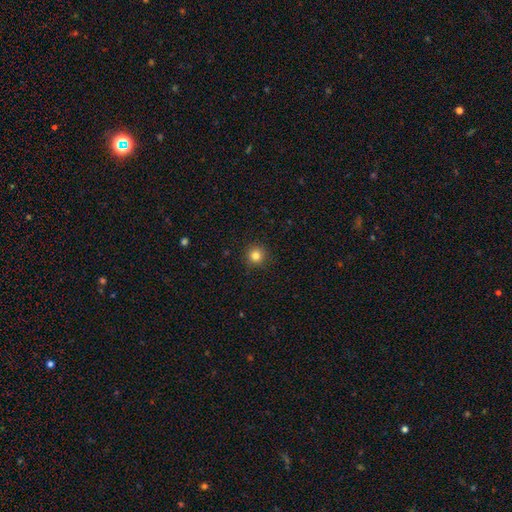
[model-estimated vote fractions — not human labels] The model was most divided on "smooth or featured": smooth: 83%, star or artifact: 12%, featured or disk: 5%. More confident: how rounded — round (95%); merging — none (92%).